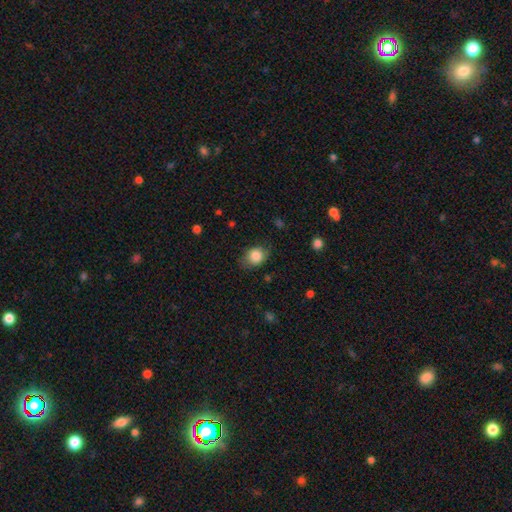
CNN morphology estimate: A smooth galaxy with no disk features (84%) that is round (51%). Merging: none (71%).